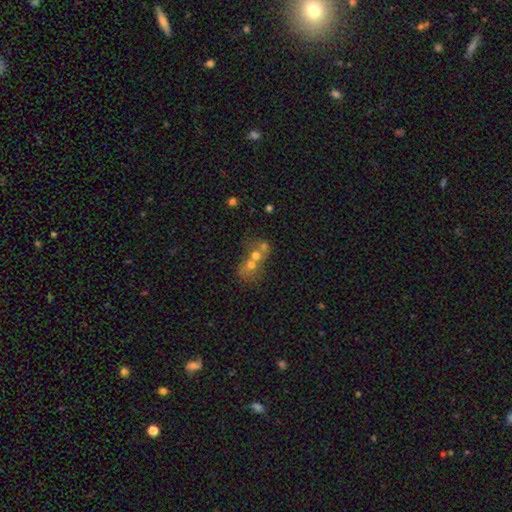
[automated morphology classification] A smooth galaxy with no disk features (56%) that is round (63%). Merging: merger (69%).